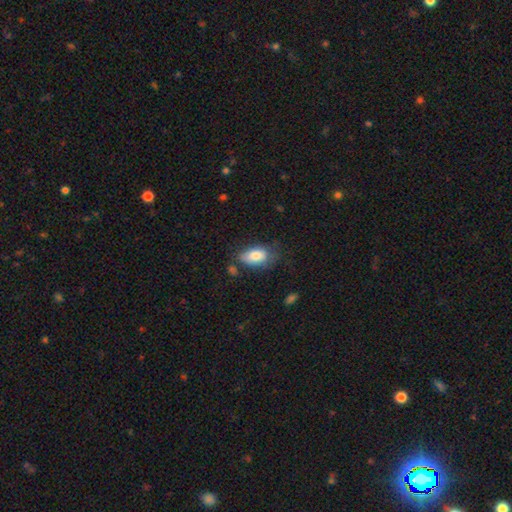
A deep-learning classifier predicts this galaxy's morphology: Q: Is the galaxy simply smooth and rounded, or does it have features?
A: smooth — 82%.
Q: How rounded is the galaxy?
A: in between — 92%.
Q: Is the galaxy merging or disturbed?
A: none — 56%.